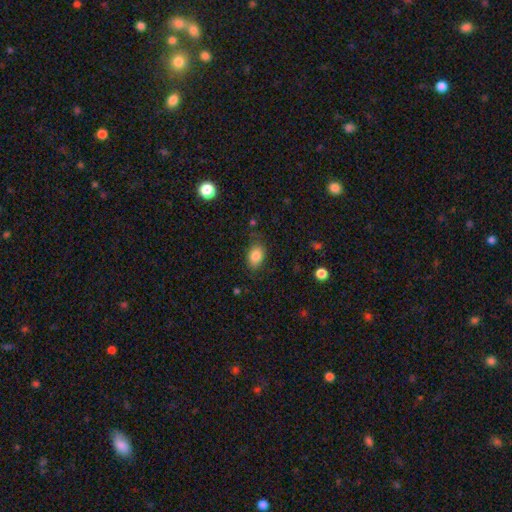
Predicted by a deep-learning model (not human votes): smooth_or_featured: smooth (p=0.84) [alt: star or artifact p=0.08]
how_rounded: in between (p=0.84) [alt: round p=0.15]
merging: none (p=0.74) [alt: minor disturbance p=0.19]